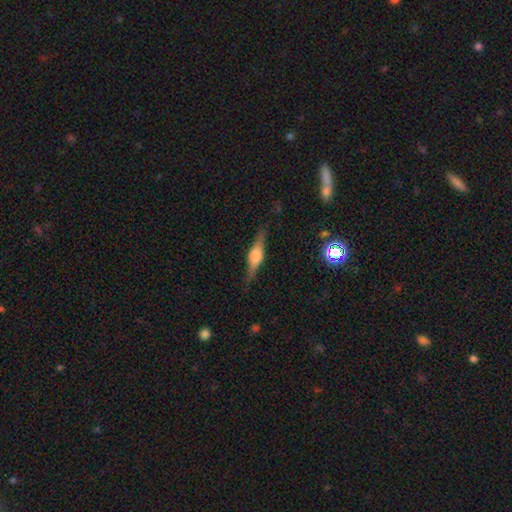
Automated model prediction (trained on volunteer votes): Smooth or featured: featured or disk — 70% (smooth — 23%)
Edge-on disk: yes — 96% (no — 4%)
Edge-on bulge: rounded — 85% (boxy — 13%)
Merging: none — 85% (minor disturbance — 11%)